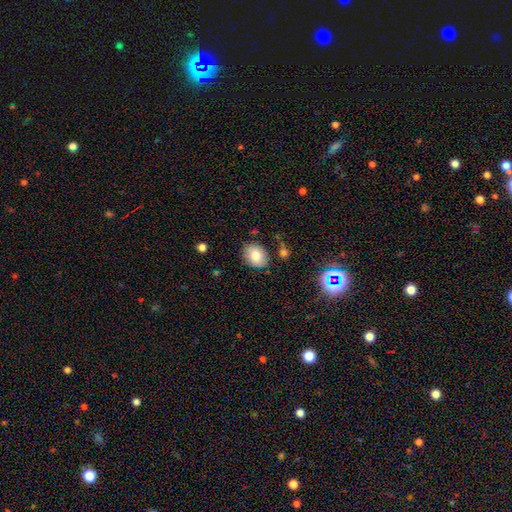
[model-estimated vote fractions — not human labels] Smooth or featured: smooth — 79% (featured or disk — 11%)
How rounded: in between — 52% (round — 47%)
Merging: none — 80% (minor disturbance — 14%)